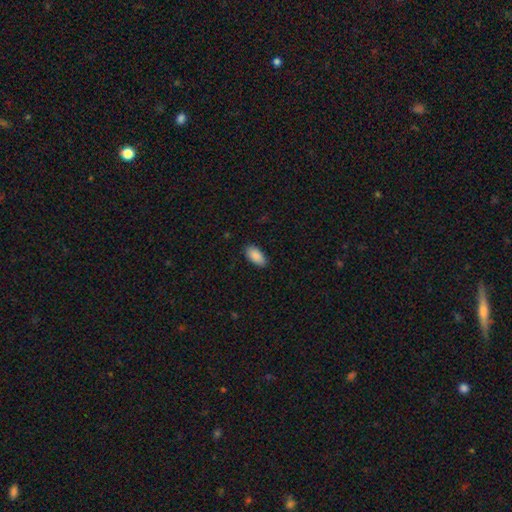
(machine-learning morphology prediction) type=smooth (90%); roundness=in between (94%); merging=none (86%).